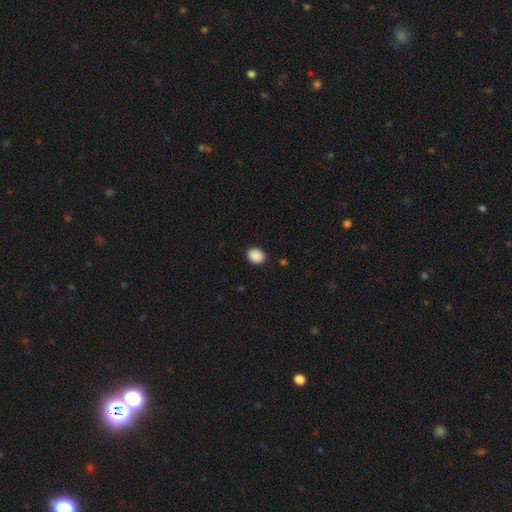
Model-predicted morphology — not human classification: This is clearly a smooth galaxy (90%). How rounded: possibly round (55%). Merging: clearly none (90%).